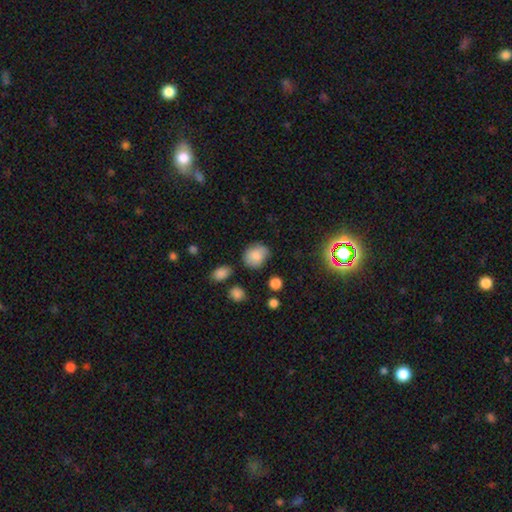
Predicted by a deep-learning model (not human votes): This is likely a smooth galaxy (79%). How rounded: likely round (61%). Merging: likely none (67%).